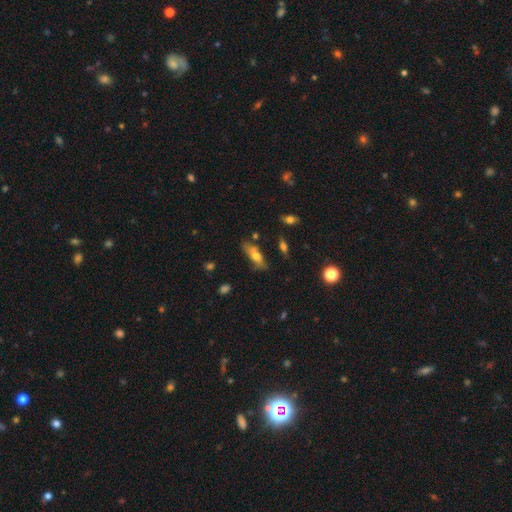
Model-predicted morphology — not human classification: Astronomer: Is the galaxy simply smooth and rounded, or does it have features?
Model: smooth — 58% (runner-up: featured or disk, 34%).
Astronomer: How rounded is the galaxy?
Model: in between — 58% (runner-up: cigar-shaped, 38%).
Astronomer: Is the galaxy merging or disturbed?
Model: none — 58%.